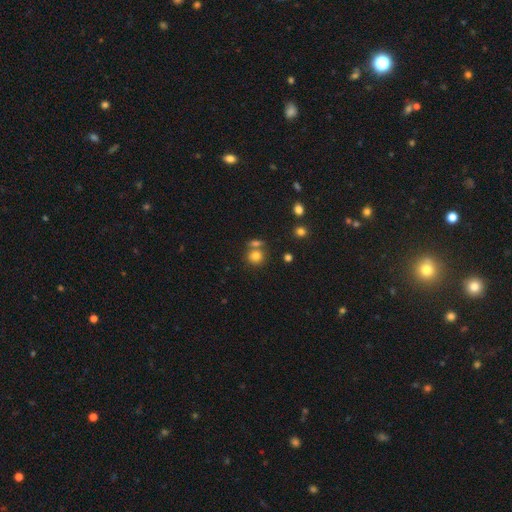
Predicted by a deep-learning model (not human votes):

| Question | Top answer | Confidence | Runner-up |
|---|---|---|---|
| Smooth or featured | smooth | 79% | star or artifact (12%) |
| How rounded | round | 79% | in between (19%) |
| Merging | none | 57% | merger (30%) |